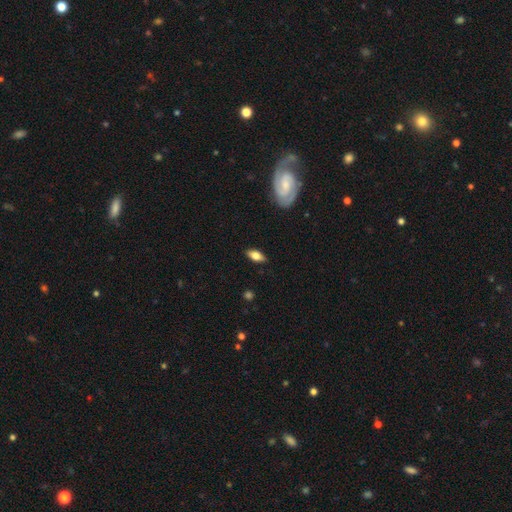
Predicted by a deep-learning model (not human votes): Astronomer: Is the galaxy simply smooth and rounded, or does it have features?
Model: smooth — 65%.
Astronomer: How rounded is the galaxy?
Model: in between — 82%.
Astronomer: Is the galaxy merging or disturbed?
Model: none — 86%.